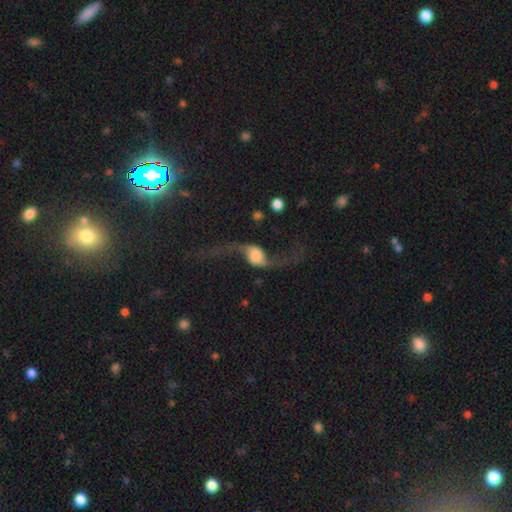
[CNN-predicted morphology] featured or disk 84%, smooth 10%, star or artifact 6%. Down the decision tree: edge-on disk — no (93%); bar — no (53%); spiral arms — yes (96%); spiral arm count — 2 (94%); spiral winding — loose (96%); bulge size — large (31%); merging — none (60%).